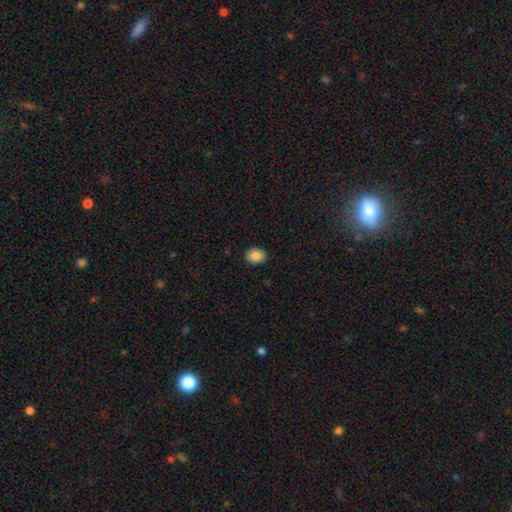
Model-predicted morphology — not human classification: smooth-or-featured: smooth: 86% | star or artifact: 8% | featured or disk: 6%
  how-rounded: in between: 52% | round: 48% | cigar-shaped: 1%
  merging: none: 91% | minor disturbance: 6% | major disturbance: 2% | merger: 1%